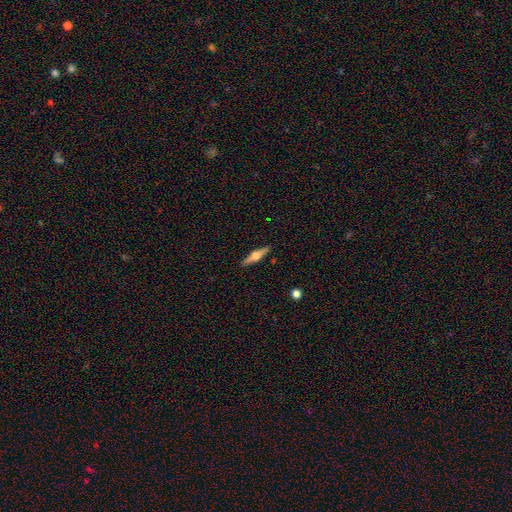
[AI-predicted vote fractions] Overall: featured or disk (68%). Edge-on disk: yes (97%). Edge-on bulge: rounded (92%). Merging: none (90%).